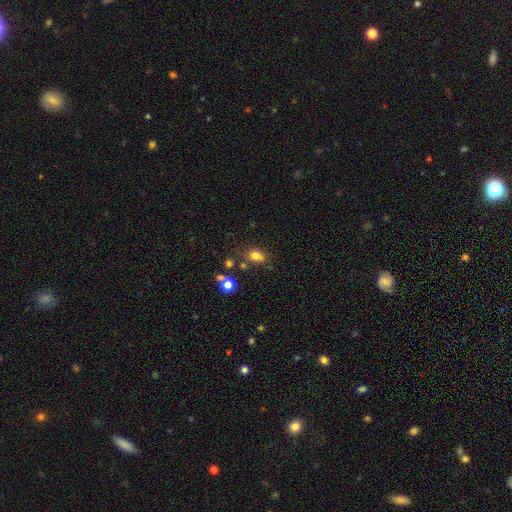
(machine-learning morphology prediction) A smooth galaxy with no disk features (75%) that is in between round and cigar-shaped (56%).

Vote fractions:
- Smooth or featured? smooth: 75% / star or artifact: 15% / featured or disk: 10%
- How rounded? in between: 56% / round: 43% / cigar-shaped: 2%
- Merging? none: 61% / minor disturbance: 18% / merger: 15% / major disturbance: 6%